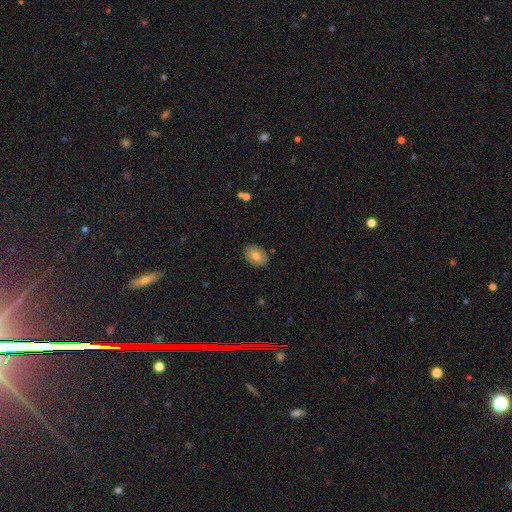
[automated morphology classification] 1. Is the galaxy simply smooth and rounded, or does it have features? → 74% smooth, 19% featured or disk, 8% star or artifact.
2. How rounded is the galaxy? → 74% in between, 26% round, 1% cigar-shaped.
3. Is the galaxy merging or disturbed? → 87% none, 10% minor disturbance, 2% major disturbance, 1% merger.